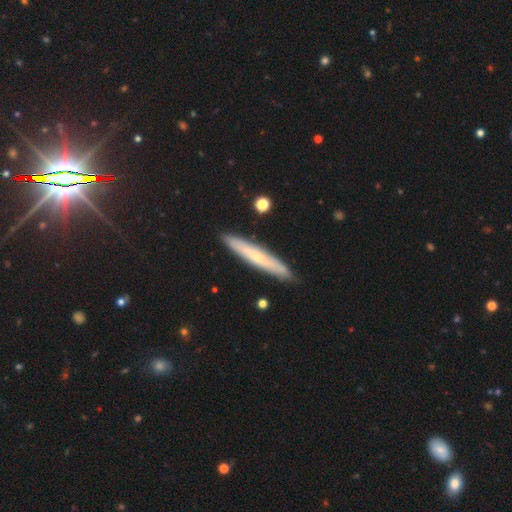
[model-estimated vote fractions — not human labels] Smooth or featured: smooth — 48% (featured or disk — 45%)
Merging: none — 89% (minor disturbance — 8%)